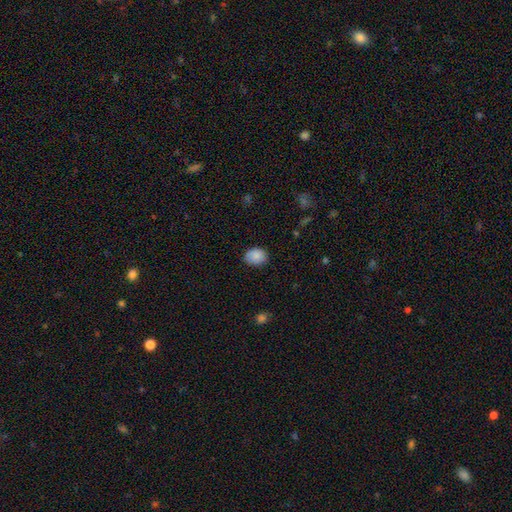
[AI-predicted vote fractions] Smooth or featured? Predicted: smooth (p=0.87). How rounded? Predicted: in between (p=0.59). Merging? Predicted: none (p=0.80).